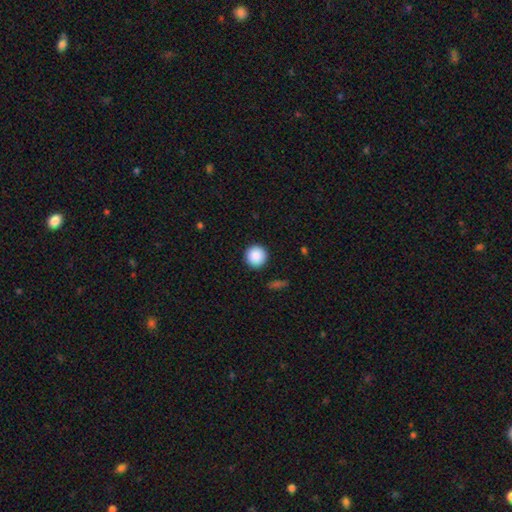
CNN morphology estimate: type=smooth (89%); roundness=round (96%); merging=none (92%).